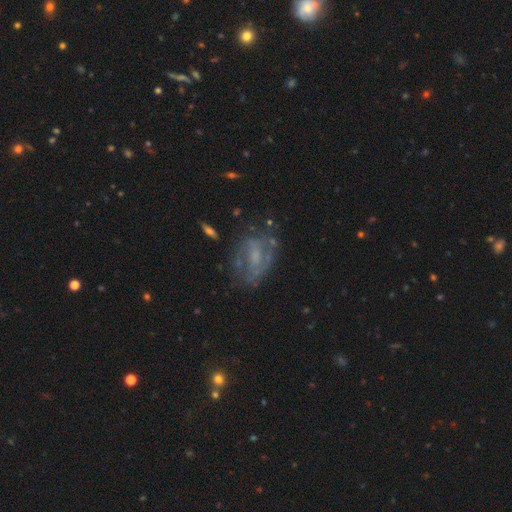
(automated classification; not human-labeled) smooth-or-featured: featured or disk: 66% | smooth: 24% | star or artifact: 11%
  disk-edge-on: no: 95% | yes: 5%
    bar: no: 45% | weak: 43% | strong: 12%
    has-spiral-arms: yes: 64% | no: 36%
    bulge-size: small: 38% | none: 29% | moderate: 28% | large: 4% | dominant: 1%
  merging: none: 58% | minor disturbance: 22% | major disturbance: 16% | merger: 4%